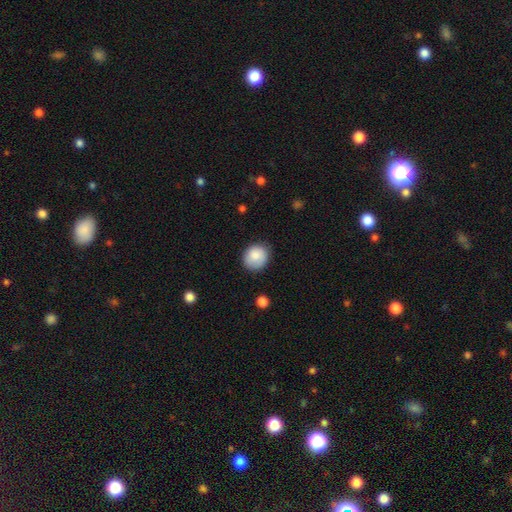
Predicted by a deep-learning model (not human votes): The model was most divided on "how rounded": round: 77%, in between: 22%, cigar-shaped: 1%. More confident: smooth or featured — smooth (86%); merging — none (80%).